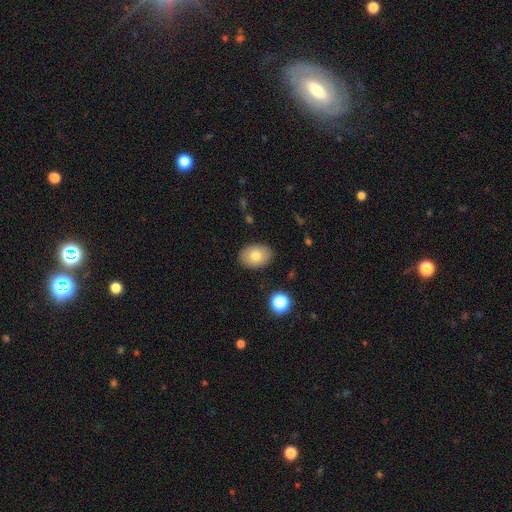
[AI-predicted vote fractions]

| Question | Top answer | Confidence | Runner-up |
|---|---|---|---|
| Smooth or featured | smooth | 78% | featured or disk (14%) |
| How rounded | in between | 78% | round (21%) |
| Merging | none | 88% | minor disturbance (9%) |